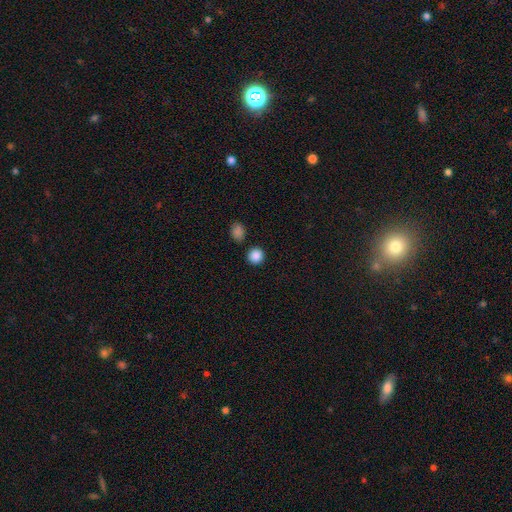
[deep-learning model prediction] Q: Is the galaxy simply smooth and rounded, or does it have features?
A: smooth — 87%.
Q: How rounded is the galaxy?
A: round — 93%.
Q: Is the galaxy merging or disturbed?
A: none — 87%.